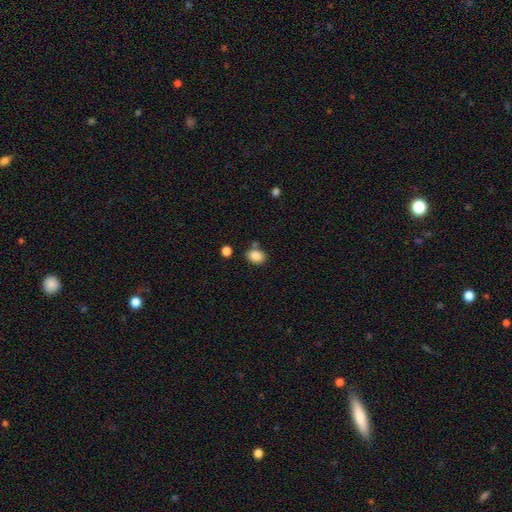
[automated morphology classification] smooth_or_featured: smooth (p=0.87) [alt: star or artifact p=0.09]
how_rounded: in between (p=0.60) [alt: round p=0.39]
merging: none (p=0.73) [alt: minor disturbance p=0.13]